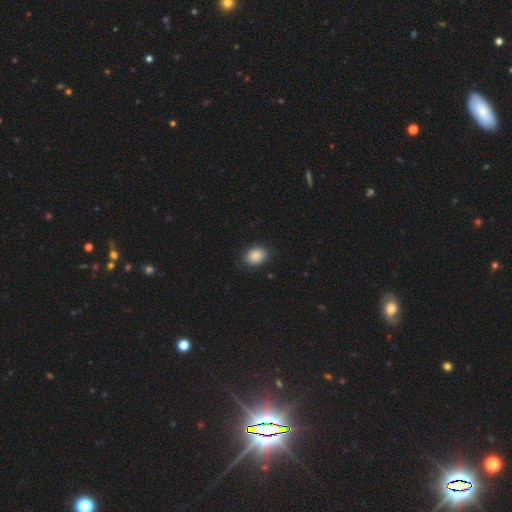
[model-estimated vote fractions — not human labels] Q: Smooth or featured?
A: smooth (88%); runner-up: star or artifact (8%)
Q: How rounded?
A: in between (64%); runner-up: round (35%)
Q: Merging?
A: none (86%); runner-up: minor disturbance (11%)